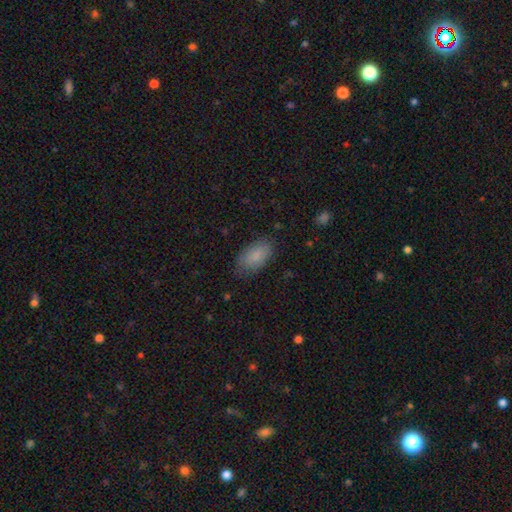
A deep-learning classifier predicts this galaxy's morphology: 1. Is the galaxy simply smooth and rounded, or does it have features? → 86% smooth, 8% featured or disk, 6% star or artifact.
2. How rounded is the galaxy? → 94% in between, 3% round, 3% cigar-shaped.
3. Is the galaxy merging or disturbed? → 79% none, 16% minor disturbance, 4% major disturbance, 1% merger.